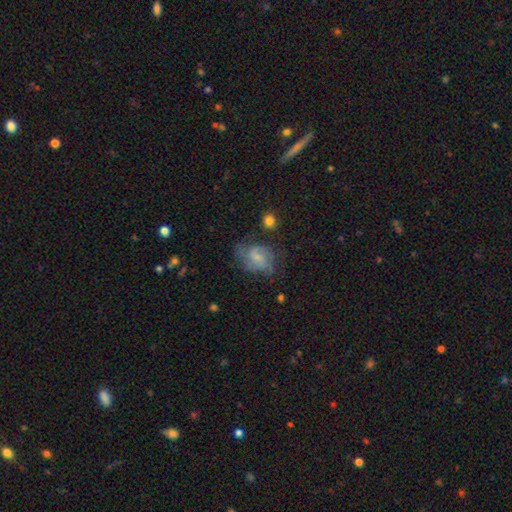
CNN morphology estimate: Overall: featured or disk (56%; smooth 31%). Edge-on disk: no (96%). Bar: weak (48%; no 39%). Spiral arms: yes (84%). Bulge size: small (44%; moderate 29%). Merging: none (64%).